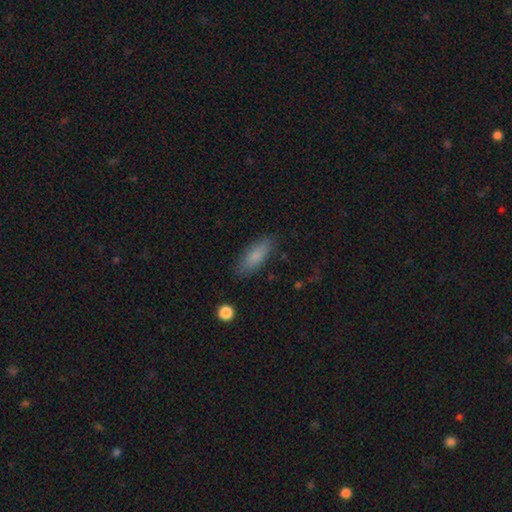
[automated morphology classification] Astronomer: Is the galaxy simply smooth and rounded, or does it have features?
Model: smooth — 83%.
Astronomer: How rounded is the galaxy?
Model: in between — 62%.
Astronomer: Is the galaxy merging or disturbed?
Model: none — 82%.